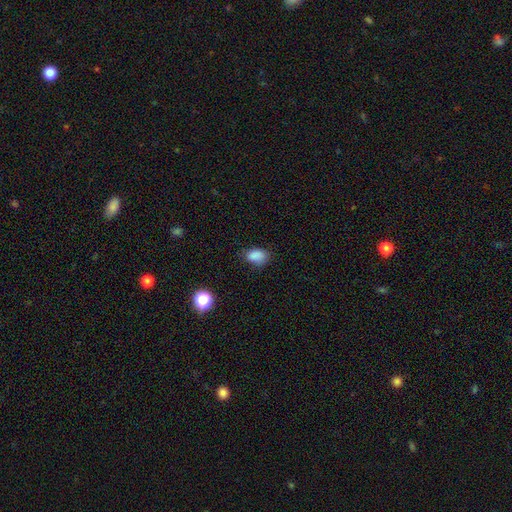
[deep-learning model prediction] Morphology: type=smooth (84%); roundness=in between (78%); merging=none (67%).